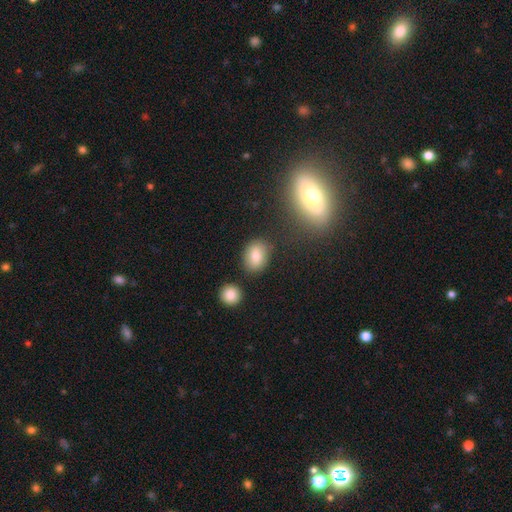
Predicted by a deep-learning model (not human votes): Morphology: type=smooth (80%); roundness=in between (68%); merging=none (80%).